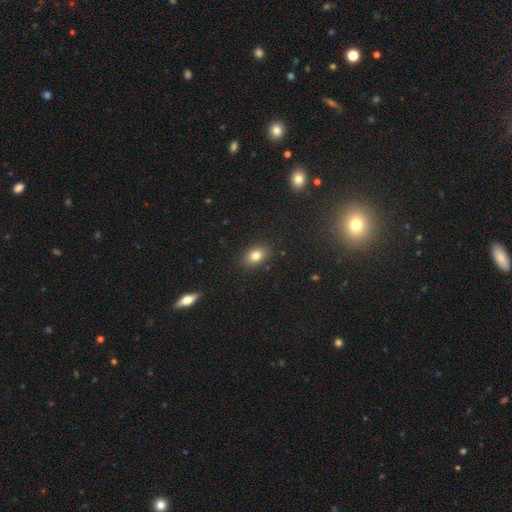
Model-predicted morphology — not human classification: Smooth or featured? smooth (80%)
How rounded? in between (75%)
Merging? none (86%)